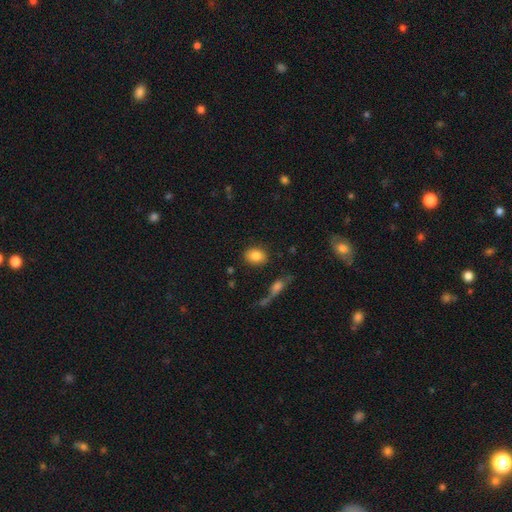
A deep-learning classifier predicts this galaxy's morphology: The model was most divided on "how rounded": in between: 54%, round: 44%, cigar-shaped: 2%. More confident: merging — none (86%); smooth or featured — smooth (85%).